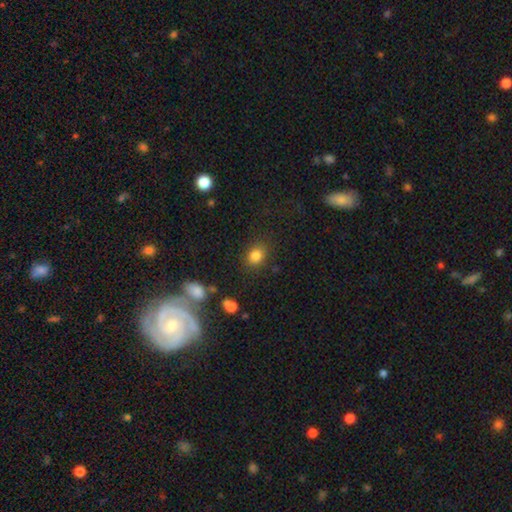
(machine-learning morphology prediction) Q: Smooth or featured?
A: smooth (83%); runner-up: star or artifact (12%)
Q: How rounded?
A: round (57%); runner-up: in between (42%)
Q: Merging?
A: none (83%); runner-up: minor disturbance (11%)